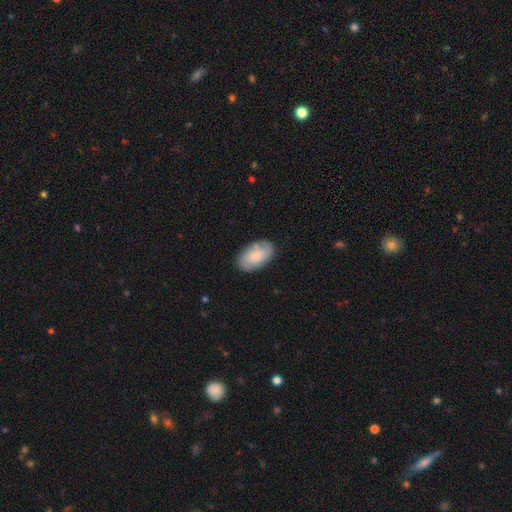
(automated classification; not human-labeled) Morphology: type=smooth (47%); merging=none (81%).